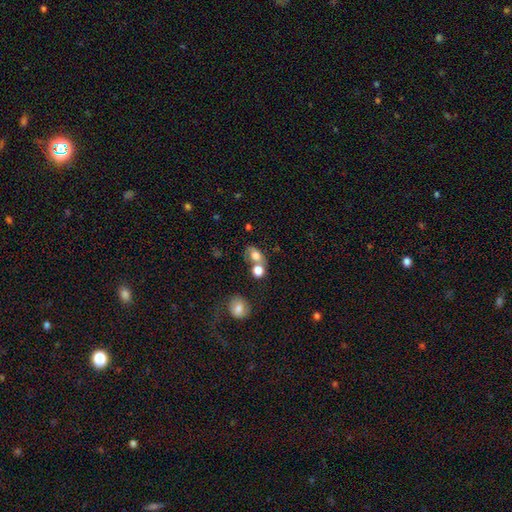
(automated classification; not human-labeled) Smooth or featured? smooth (72%)
How rounded? in between (58%)
Merging? merger (43%)